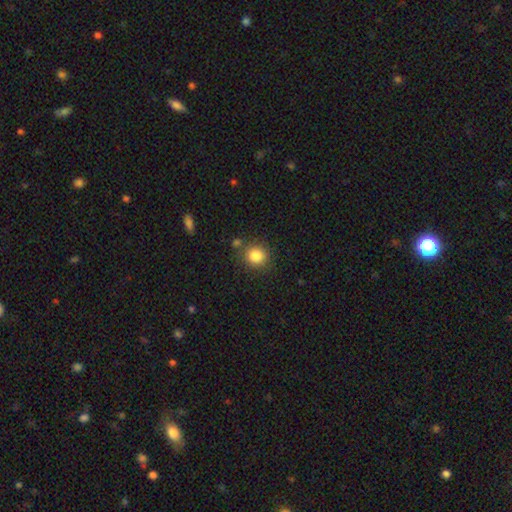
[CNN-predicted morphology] A smooth galaxy with no disk features (84%) that is round (88%).

Vote fractions:
- Smooth or featured? smooth: 84% / star or artifact: 10% / featured or disk: 5%
- How rounded? round: 88% / in between: 11% / cigar-shaped: 1%
- Merging? none: 82% / minor disturbance: 10% / merger: 6% / major disturbance: 3%